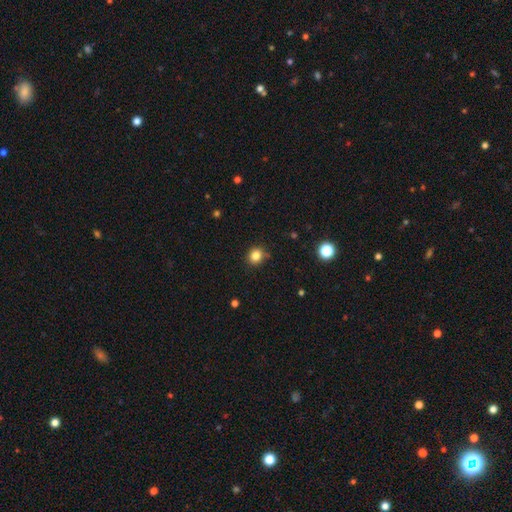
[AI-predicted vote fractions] A smooth galaxy with no disk features (82%) that is round (81%). Merging: none (84%).